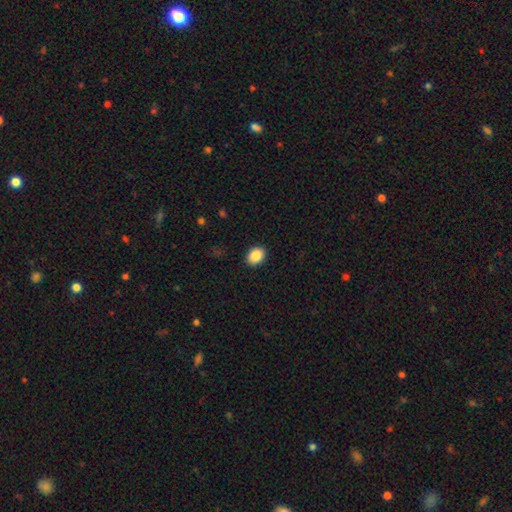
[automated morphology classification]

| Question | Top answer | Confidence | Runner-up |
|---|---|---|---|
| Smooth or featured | smooth | 89% | star or artifact (8%) |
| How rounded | in between | 66% | round (34%) |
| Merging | none | 91% | minor disturbance (6%) |